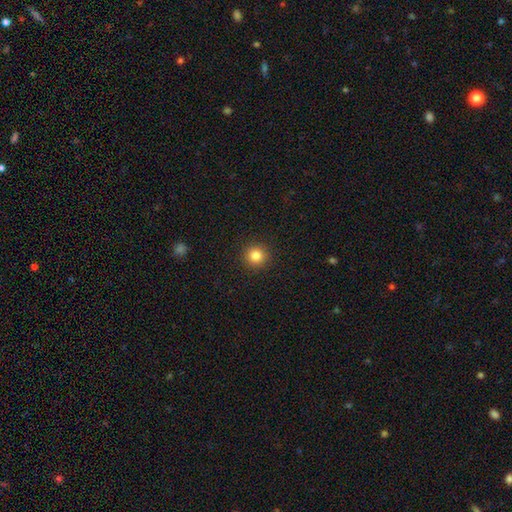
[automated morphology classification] A smooth galaxy with no disk features (84%) that is round (94%). Merging: none (92%).